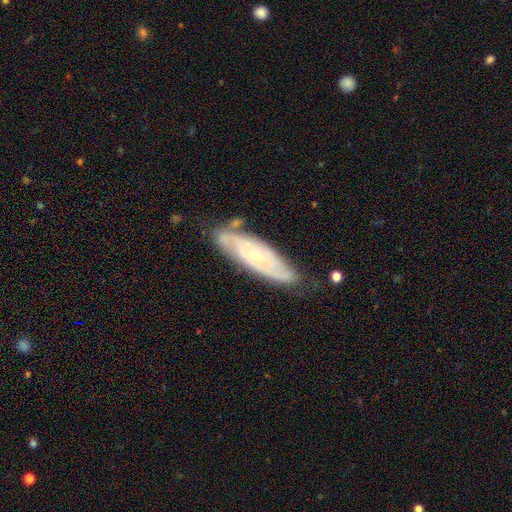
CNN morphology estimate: Smooth or featured? featured or disk (77%)
Edge-on disk? no (81%)
Bar? no (64%)
Spiral arms? yes (91%)
Spiral winding? tight (62%)
Spiral arm count? 2 (44%)
Bulge size? small (68%)
Merging? none (73%)